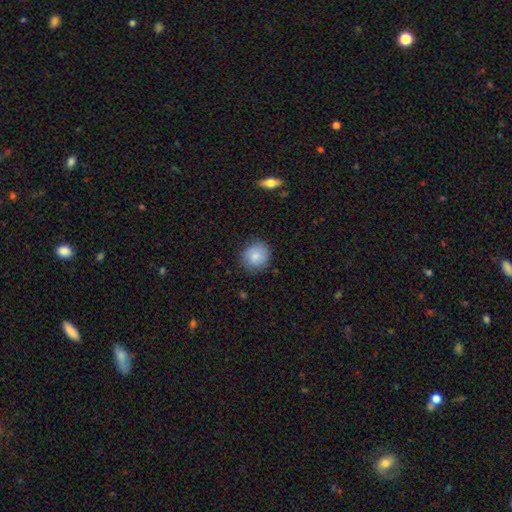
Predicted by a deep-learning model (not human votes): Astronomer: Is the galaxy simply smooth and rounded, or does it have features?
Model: smooth — 81%.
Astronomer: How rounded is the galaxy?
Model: round — 85%.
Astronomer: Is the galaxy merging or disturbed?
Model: none — 84%.